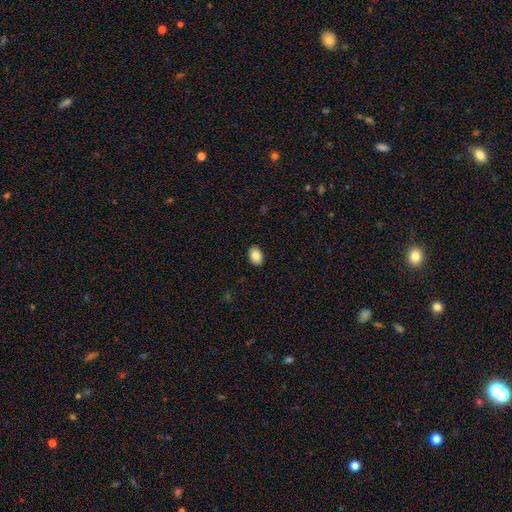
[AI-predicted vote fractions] Smooth or featured? smooth (86%)
How rounded? in between (80%)
Merging? none (90%)